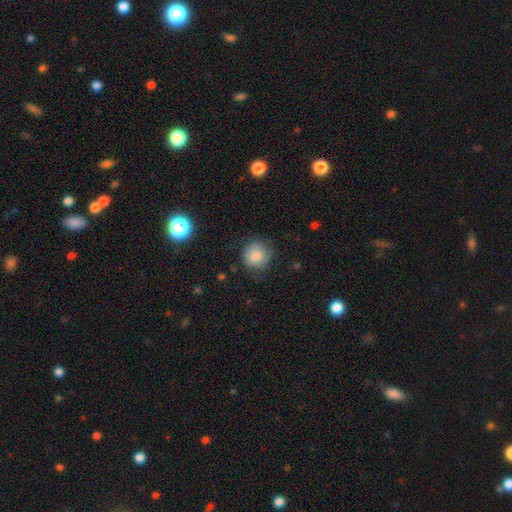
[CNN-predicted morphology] smooth 81%, featured or disk 10%, star or artifact 9%. Down the decision tree: how rounded — round (88%); merging — none (73%).